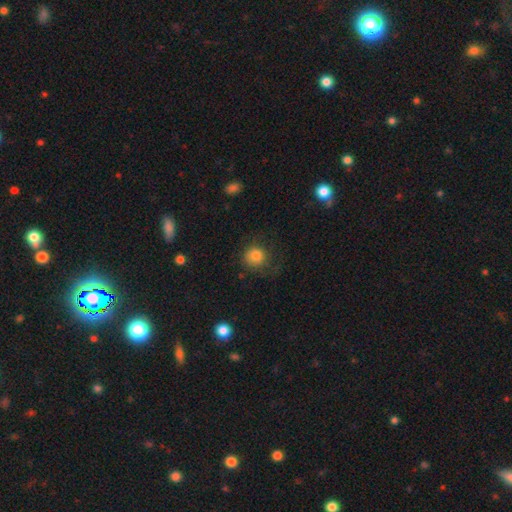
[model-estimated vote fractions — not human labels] Smooth or featured? smooth (80%)
How rounded? round (90%)
Merging? none (69%)